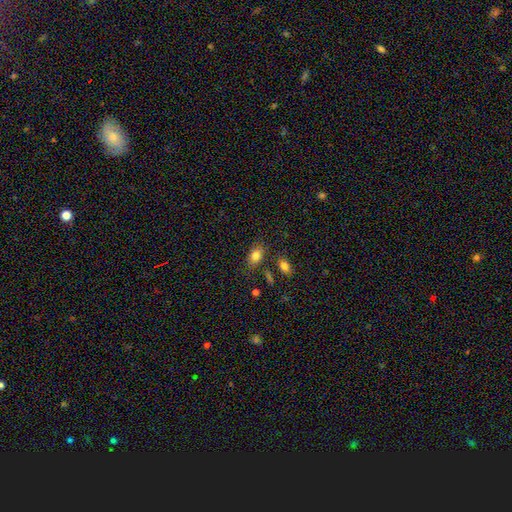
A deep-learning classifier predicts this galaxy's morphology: The model was most divided on "merging": none: 75%, minor disturbance: 15%, merger: 6%, major disturbance: 4%. More confident: how rounded — in between (83%); smooth or featured — smooth (82%).